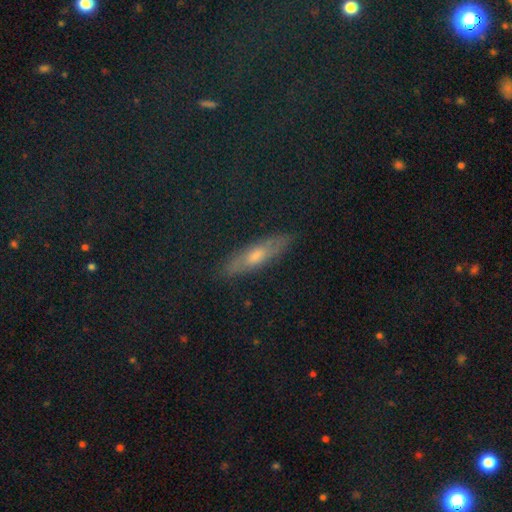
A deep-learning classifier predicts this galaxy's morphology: A featured or disk galaxy (40%).

Vote fractions:
- Smooth or featured? featured or disk: 40% / smooth: 36% / star or artifact: 24%
- Merging? none: 88% / minor disturbance: 9% / major disturbance: 2% / merger: 1%